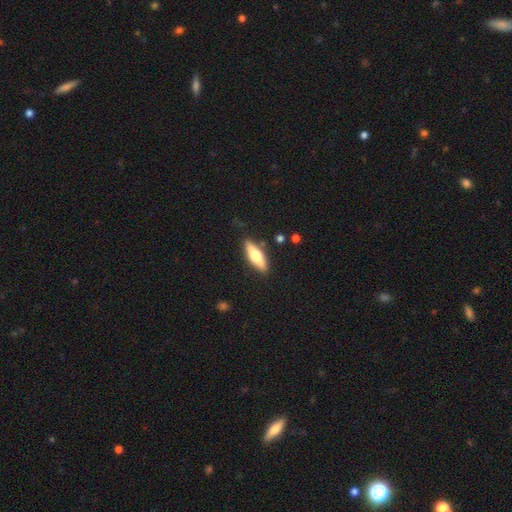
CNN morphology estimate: type=smooth (57%); roundness=cigar-shaped (56%); merging=none (85%).